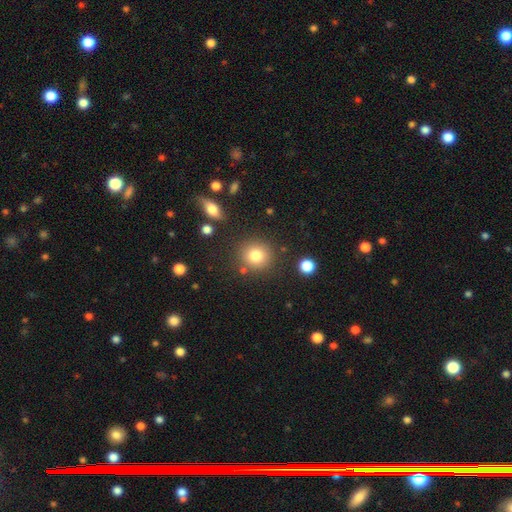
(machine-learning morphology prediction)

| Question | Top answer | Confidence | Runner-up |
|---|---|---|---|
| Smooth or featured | smooth | 81% | star or artifact (11%) |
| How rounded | round | 90% | in between (9%) |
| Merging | none | 84% | minor disturbance (8%) |